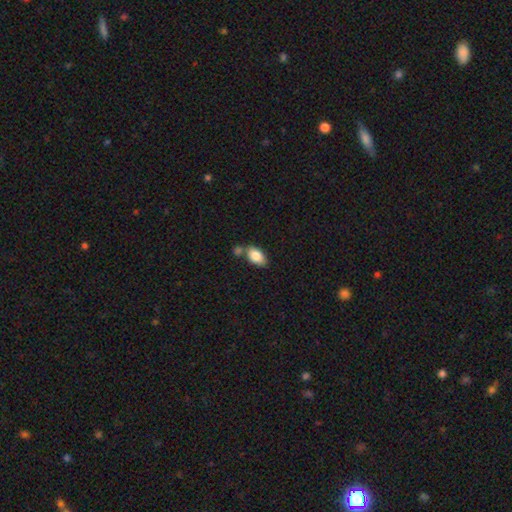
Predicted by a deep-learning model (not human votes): A smooth galaxy with no disk features (83%) that is in between round and cigar-shaped (91%).

Vote fractions:
- Smooth or featured? smooth: 83% / featured or disk: 10% / star or artifact: 7%
- How rounded? in between: 91% / round: 6% / cigar-shaped: 2%
- Merging? none: 55% / merger: 27% / minor disturbance: 14% / major disturbance: 4%